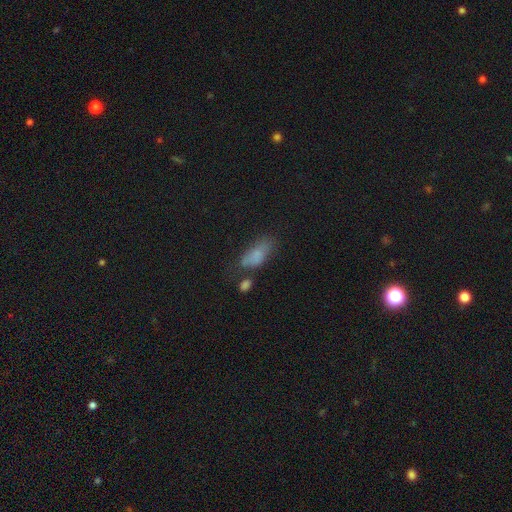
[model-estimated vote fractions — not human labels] A smooth galaxy with no disk features (73%) that is in between round and cigar-shaped (81%). Merging: none (40%).